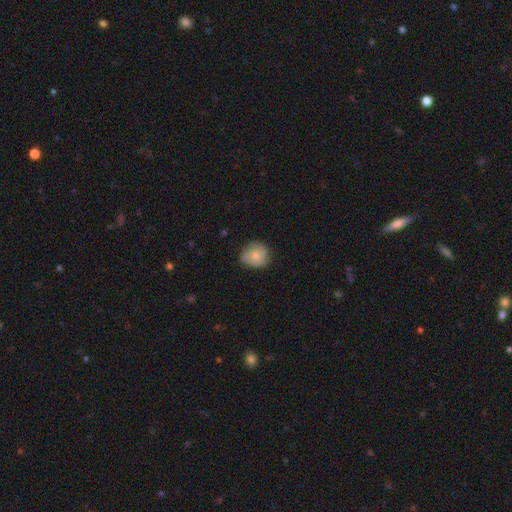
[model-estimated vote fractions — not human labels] A smooth galaxy with no disk features (71%) that is round (78%). Merging: none (72%).